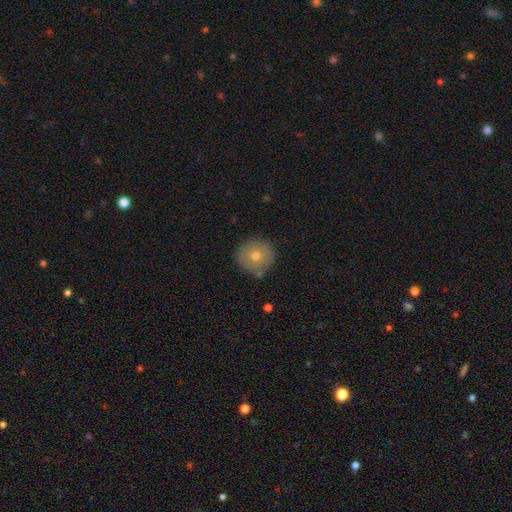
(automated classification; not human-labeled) smooth-or-featured: smooth: 67% | featured or disk: 23% | star or artifact: 10%
  how-rounded: round: 94% | in between: 5% | cigar-shaped: 1%
  merging: none: 86% | minor disturbance: 10% | merger: 2% | major disturbance: 2%